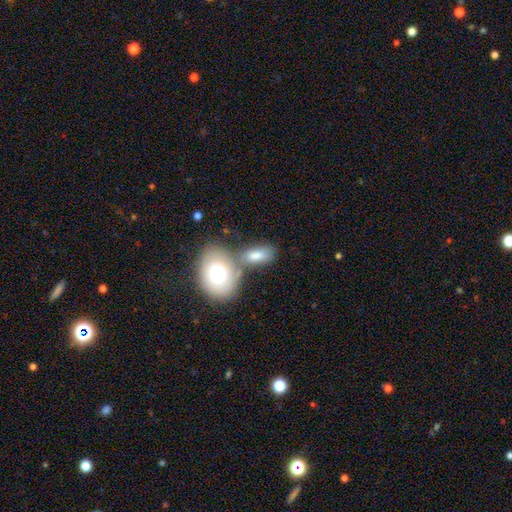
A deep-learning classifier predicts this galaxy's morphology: Smooth or featured?
  - smooth: 70% *
  - featured or disk: 17%
  - star or artifact: 13%
How rounded?
  - in between: 83% *
  - round: 14%
  - cigar-shaped: 3%
Merging?
  - none: 46% *
  - merger: 33%
  - minor disturbance: 14%
  - major disturbance: 7%